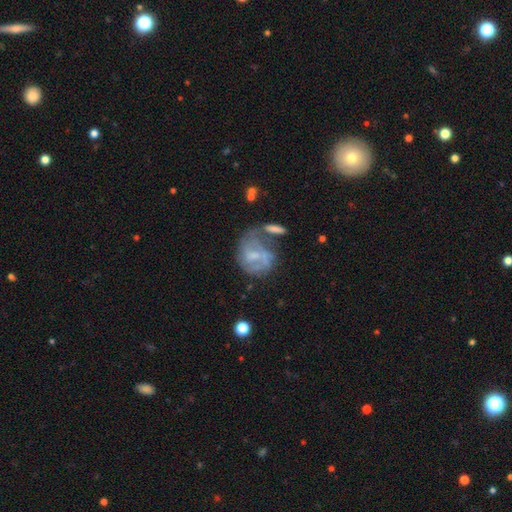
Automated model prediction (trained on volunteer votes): A featured or disk galaxy (64%) with no bar (48%), spiral arms (65%) and a small central bulge (38%).

Vote fractions:
- Smooth or featured? featured or disk: 64% / smooth: 28% / star or artifact: 9%
- Edge-on disk? no: 97% / yes: 3%
- Bar? no: 48% / weak: 42% / strong: 10%
- Spiral arms? yes: 65% / no: 35%
- Bulge size? small: 38% / moderate: 31% / none: 26% / large: 4% / dominant: 1%
- Merging? none: 37% / major disturbance: 24% / minor disturbance: 21% / merger: 19%